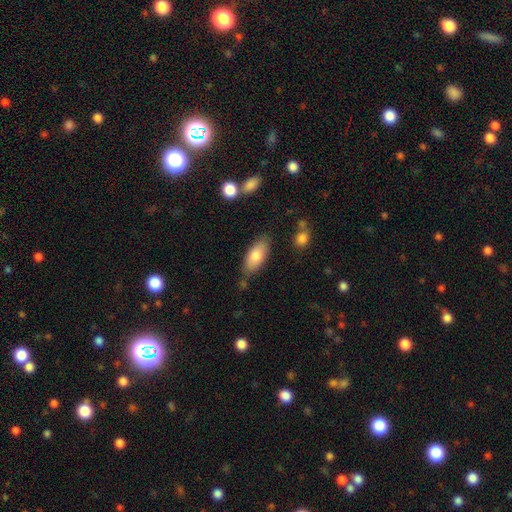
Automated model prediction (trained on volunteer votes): Q: Smooth or featured?
A: smooth (78%); runner-up: featured or disk (16%)
Q: How rounded?
A: in between (84%); runner-up: cigar-shaped (13%)
Q: Merging?
A: none (75%); runner-up: minor disturbance (16%)